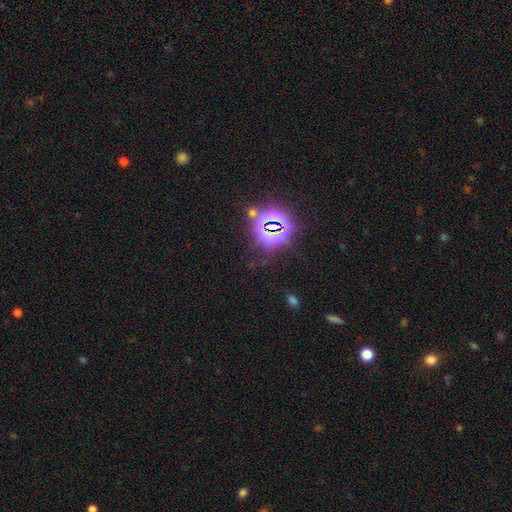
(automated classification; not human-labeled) smooth_or_featured: star or artifact (p=0.80) [alt: smooth p=0.12]